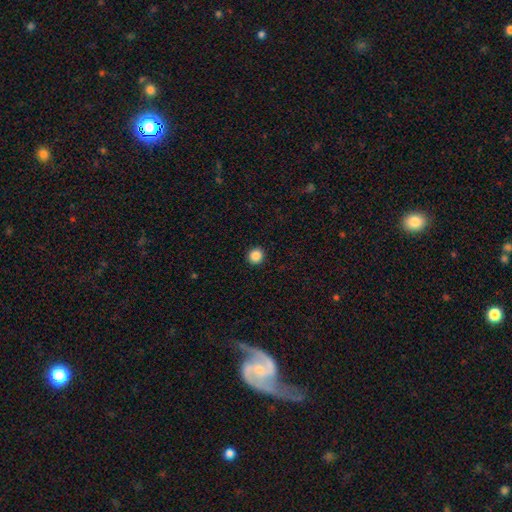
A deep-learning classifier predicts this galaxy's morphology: Smooth or featured?
  - smooth: 87% *
  - star or artifact: 10%
  - featured or disk: 3%
How rounded?
  - round: 92% *
  - in between: 7%
  - cigar-shaped: 1%
Merging?
  - none: 93% *
  - minor disturbance: 4%
  - major disturbance: 2%
  - merger: 1%